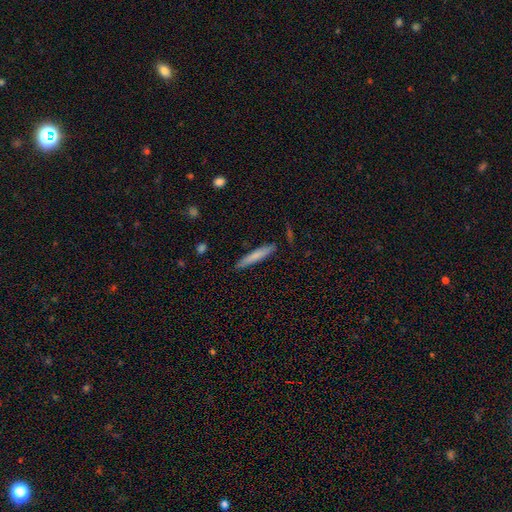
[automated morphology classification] smooth_or_featured: smooth (p=0.73) [alt: featured or disk p=0.21]
how_rounded: cigar-shaped (p=0.94) [alt: in between p=0.05]
merging: none (p=0.86) [alt: minor disturbance p=0.10]